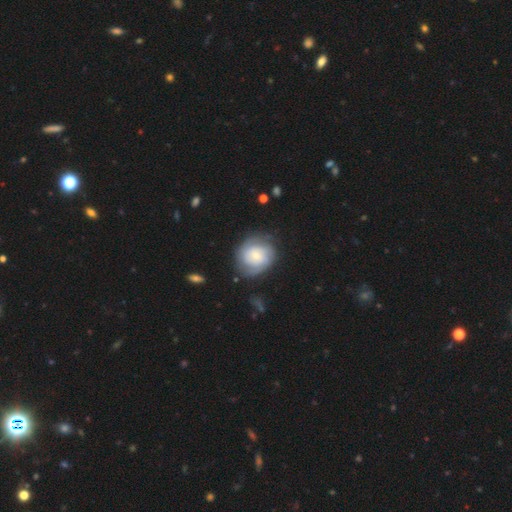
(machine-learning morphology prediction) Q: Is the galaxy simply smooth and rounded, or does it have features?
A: featured or disk — 58%.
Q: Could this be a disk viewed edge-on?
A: no — 97%.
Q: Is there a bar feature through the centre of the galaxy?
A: no — 71%.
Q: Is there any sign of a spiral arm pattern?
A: yes — 83%.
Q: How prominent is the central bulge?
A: small — 64%.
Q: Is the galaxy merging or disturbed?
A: none — 67%.